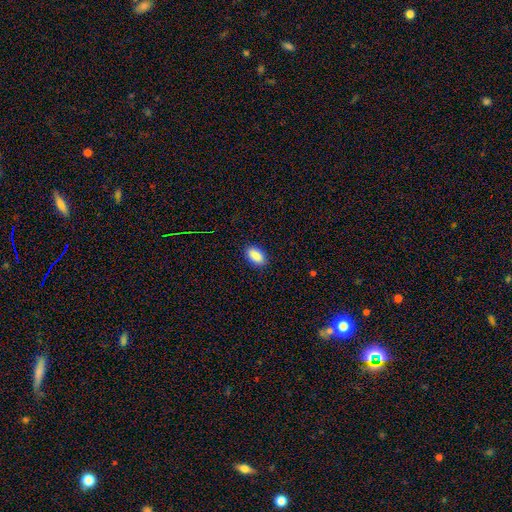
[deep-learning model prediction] smooth 90%, star or artifact 7%, featured or disk 3%. Down the decision tree: how rounded — in between (93%); merging — none (89%).